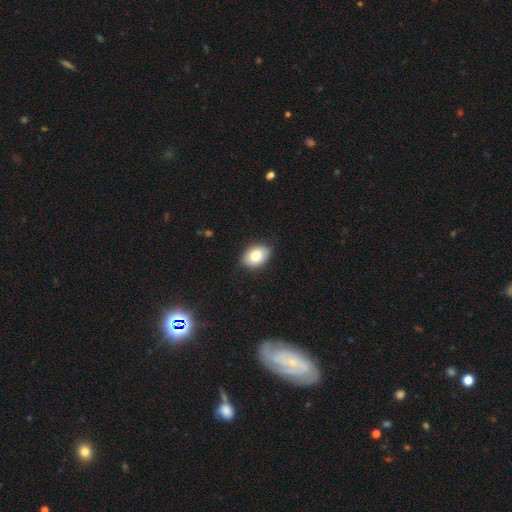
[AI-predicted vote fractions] smooth-or-featured: smooth: 79% | featured or disk: 13% | star or artifact: 8%
  how-rounded: in between: 85% | round: 14% | cigar-shaped: 1%
  merging: none: 85% | minor disturbance: 12% | major disturbance: 2% | merger: 1%